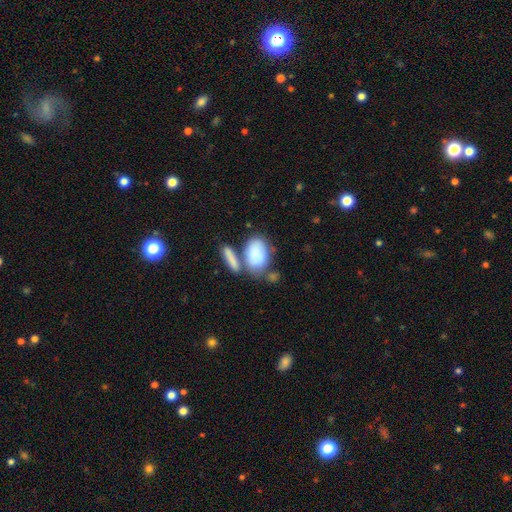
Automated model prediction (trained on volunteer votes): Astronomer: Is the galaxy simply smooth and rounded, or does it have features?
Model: smooth — 83%.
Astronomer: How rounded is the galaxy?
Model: in between — 89%.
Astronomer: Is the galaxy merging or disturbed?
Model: none — 43% (runner-up: merger, 35%).